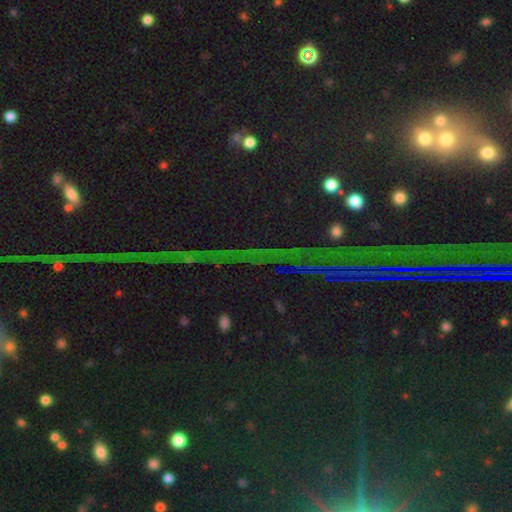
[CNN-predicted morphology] Overall: star or artifact (81%).